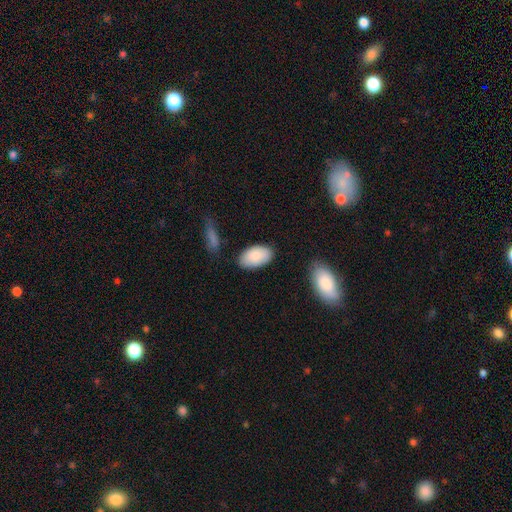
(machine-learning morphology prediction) type=smooth (85%); roundness=in between (95%); merging=none (79%).